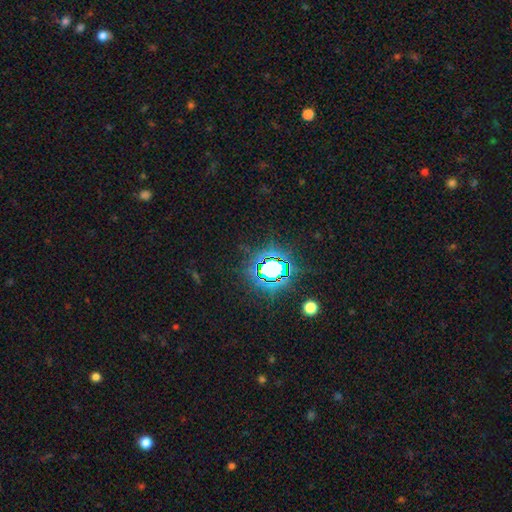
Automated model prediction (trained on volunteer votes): Smooth or featured?
  - star or artifact: 83% *
  - smooth: 10%
  - featured or disk: 6%